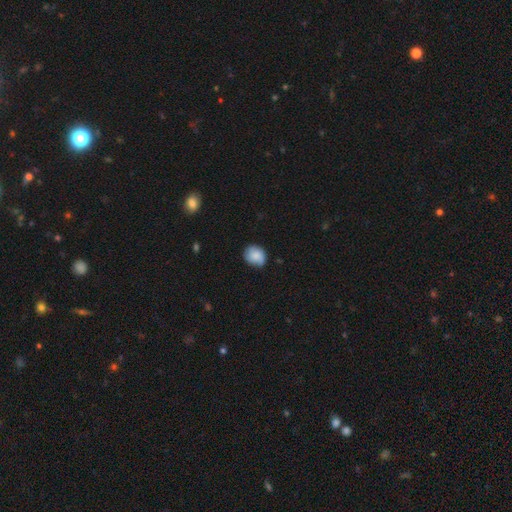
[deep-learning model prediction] Smooth or featured? Predicted: smooth (p=0.74). How rounded? Predicted: round (p=0.68). Merging? Predicted: none (p=0.75).